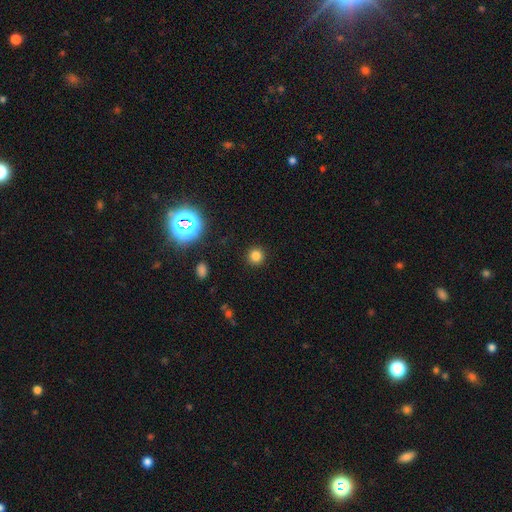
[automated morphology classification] The model was most divided on "smooth or featured": smooth: 79%, star or artifact: 16%, featured or disk: 5%. More confident: how rounded — round (94%); merging — none (91%).